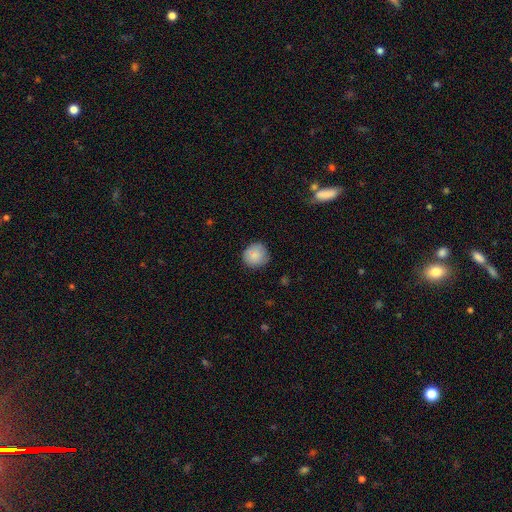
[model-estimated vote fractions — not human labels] A smooth galaxy with no disk features (85%) that is round (90%).

Vote fractions:
- Smooth or featured? smooth: 85% / star or artifact: 8% / featured or disk: 7%
- How rounded? round: 90% / in between: 9% / cigar-shaped: 1%
- Merging? none: 79% / minor disturbance: 16% / major disturbance: 3% / merger: 1%